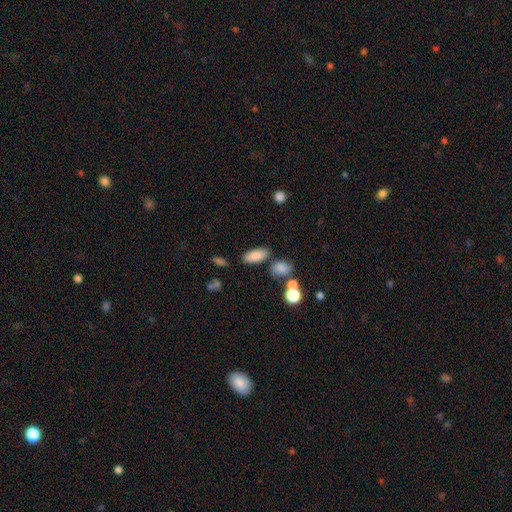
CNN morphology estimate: This appears to be a smooth galaxy with no disk features (83%) that is in between round and cigar-shaped (84%). Merging: none (74%).